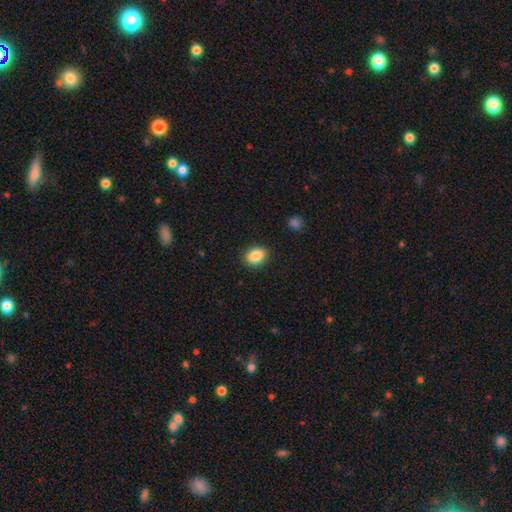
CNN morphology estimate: smooth_or_featured: smooth (p=0.87) [alt: star or artifact p=0.09]
how_rounded: in between (p=0.60) [alt: round p=0.39]
merging: none (p=0.89) [alt: minor disturbance p=0.08]